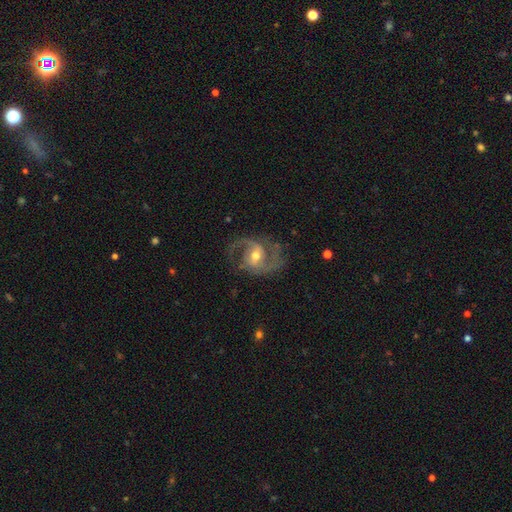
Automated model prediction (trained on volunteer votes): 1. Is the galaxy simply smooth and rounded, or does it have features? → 90% featured or disk, 5% smooth, 5% star or artifact.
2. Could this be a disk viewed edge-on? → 98% no, 2% yes.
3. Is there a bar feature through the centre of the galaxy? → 50% weak, 29% no, 21% strong.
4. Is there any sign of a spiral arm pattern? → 97% yes, 3% no.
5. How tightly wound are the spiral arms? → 59% medium, 27% loose, 15% tight.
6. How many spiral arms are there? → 88% 2, 4% 3, 3% can't tell, 2% 1, 1% 4, 1% more than 4.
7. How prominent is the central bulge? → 67% moderate, 26% small, 5% large, 1% none, 1% dominant.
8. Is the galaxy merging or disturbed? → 73% none, 16% minor disturbance, 10% major disturbance, 1% merger.